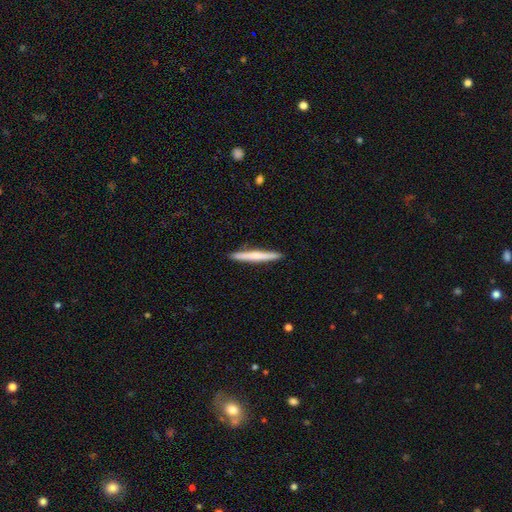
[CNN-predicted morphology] Q: Smooth or featured?
A: smooth (56%); runner-up: featured or disk (39%)
Q: How rounded?
A: cigar-shaped (96%); runner-up: in between (2%)
Q: Merging?
A: none (92%); runner-up: minor disturbance (6%)